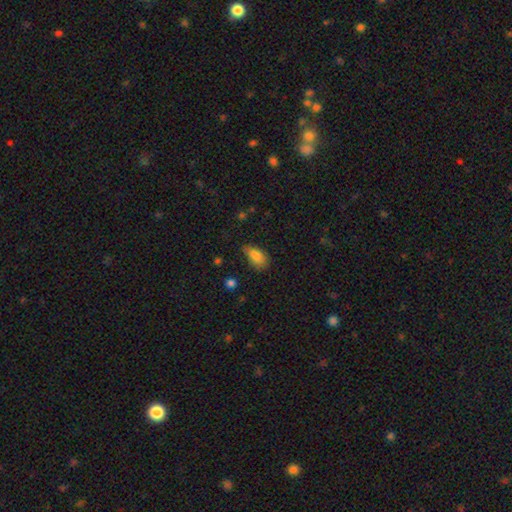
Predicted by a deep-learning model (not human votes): Q: Smooth or featured?
A: smooth (84%); runner-up: star or artifact (8%)
Q: How rounded?
A: in between (90%); runner-up: round (6%)
Q: Merging?
A: none (52%); runner-up: minor disturbance (36%)